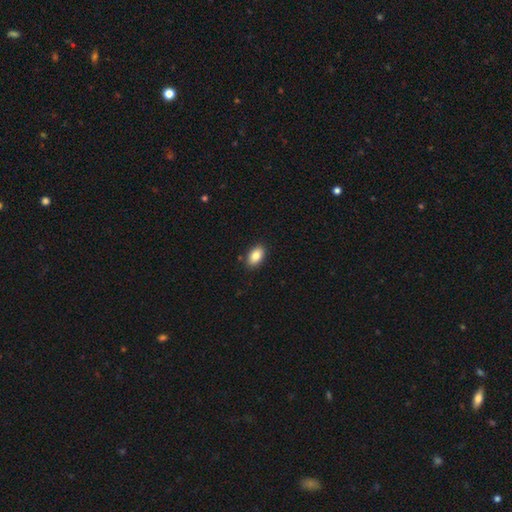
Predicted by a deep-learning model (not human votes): Overall: smooth (86%). How rounded: in between (92%). Merging: none (87%).